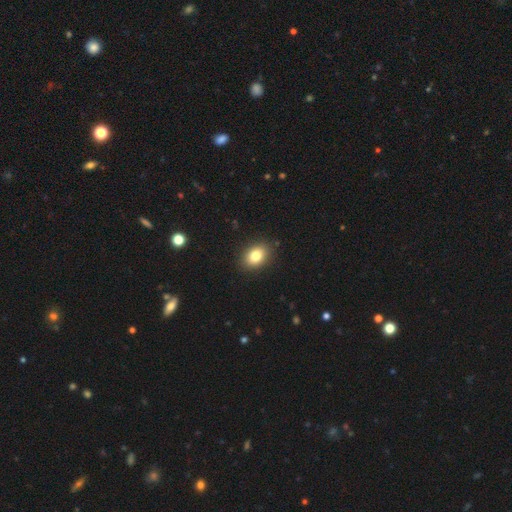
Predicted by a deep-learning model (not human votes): Q: Smooth or featured?
A: smooth (82%); runner-up: star or artifact (10%)
Q: How rounded?
A: in between (74%); runner-up: round (25%)
Q: Merging?
A: none (88%); runner-up: minor disturbance (8%)